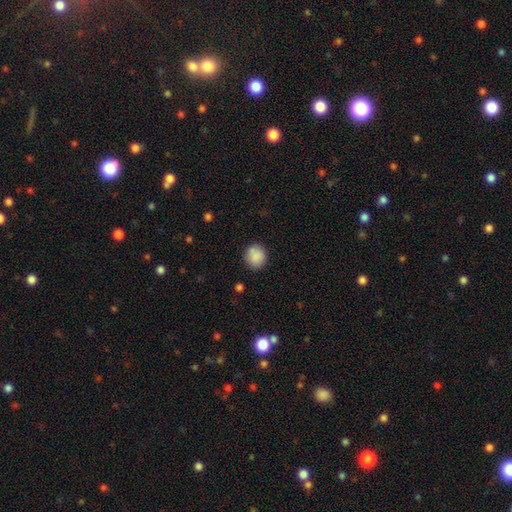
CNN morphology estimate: Smooth or featured? Predicted: smooth (p=0.88). How rounded? Predicted: round (p=0.80). Merging? Predicted: none (p=0.84).